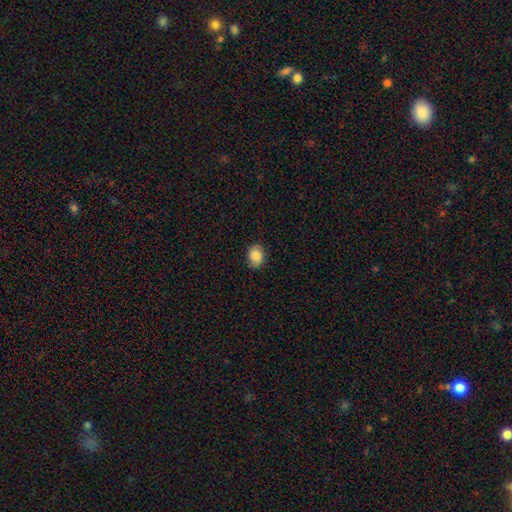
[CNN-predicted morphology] type=smooth (86%); roundness=in between (57%); merging=none (84%).